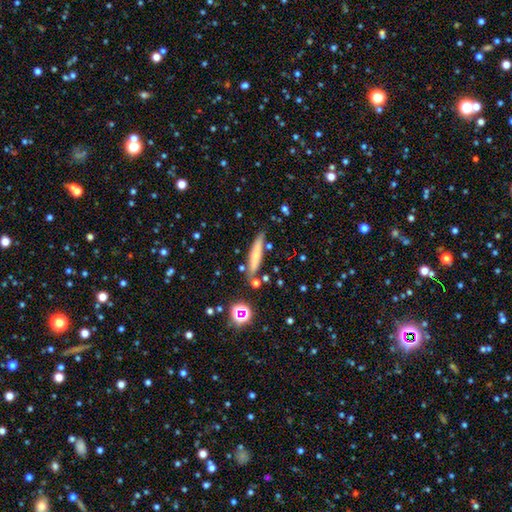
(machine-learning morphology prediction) Smooth or featured? smooth (61%)
How rounded? cigar-shaped (87%)
Merging? none (78%)